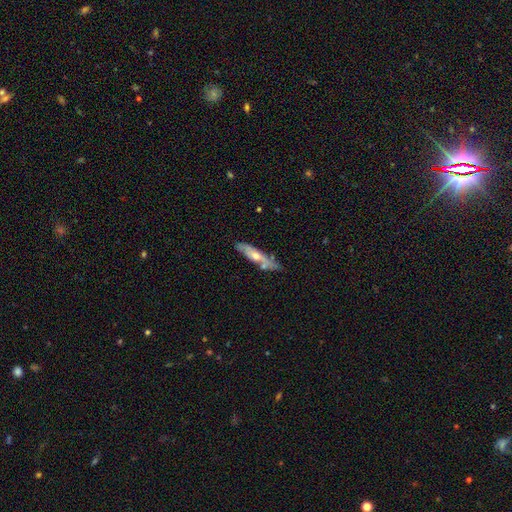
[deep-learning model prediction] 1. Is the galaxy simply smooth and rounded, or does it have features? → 55% featured or disk, 39% smooth, 6% star or artifact.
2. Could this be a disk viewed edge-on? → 62% yes, 38% no.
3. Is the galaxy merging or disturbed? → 65% none, 21% minor disturbance, 9% merger, 5% major disturbance.